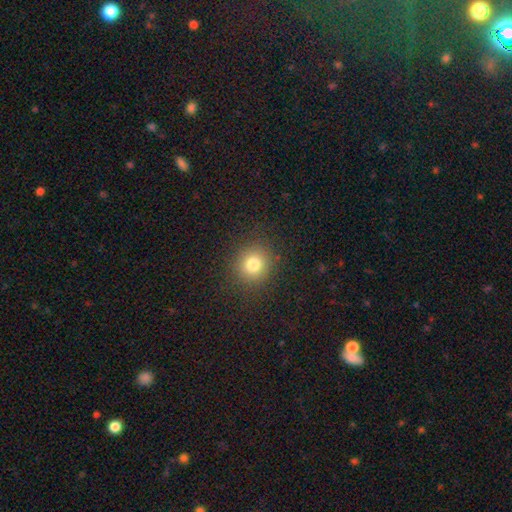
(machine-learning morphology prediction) smooth_or_featured: smooth (p=0.73) [alt: star or artifact p=0.22]
how_rounded: round (p=0.92) [alt: in between p=0.07]
merging: none (p=0.93) [alt: minor disturbance p=0.04]